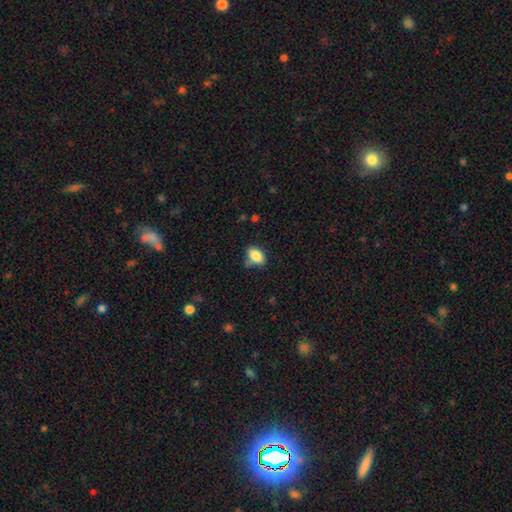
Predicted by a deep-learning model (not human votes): Overall: smooth (83%). How rounded: in between (88%). Merging: none (62%; minor disturbance 24%).